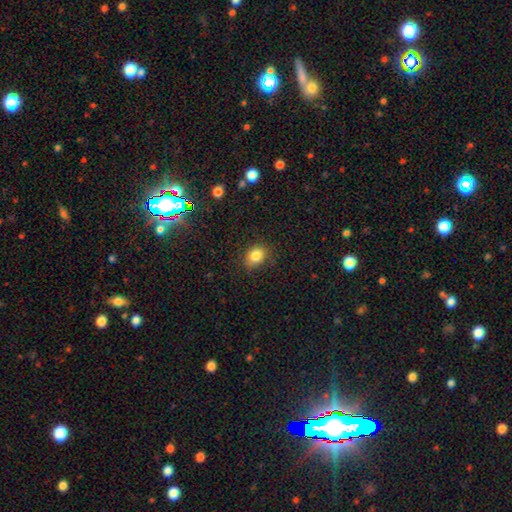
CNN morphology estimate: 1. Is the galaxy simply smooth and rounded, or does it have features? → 83% smooth, 11% star or artifact, 6% featured or disk.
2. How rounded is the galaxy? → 53% in between, 46% round, 1% cigar-shaped.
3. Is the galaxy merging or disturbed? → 82% none, 14% minor disturbance, 3% major disturbance, 1% merger.